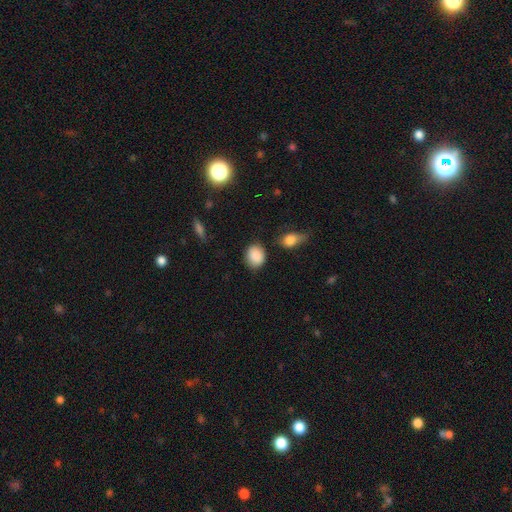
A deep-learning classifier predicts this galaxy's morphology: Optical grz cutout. It shows a smooth galaxy with no disk features (89%) that is round (50%). Merging: none (80%).